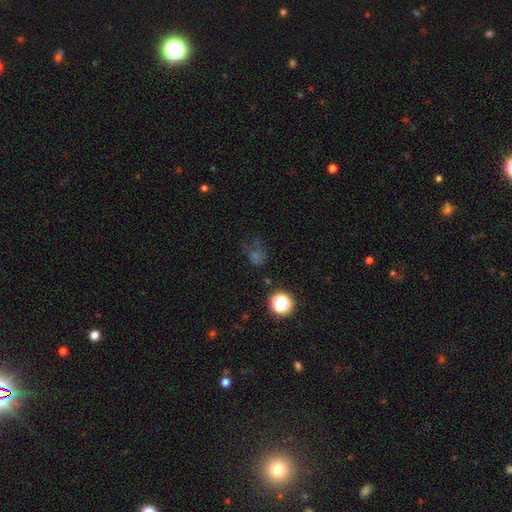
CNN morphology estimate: Smooth or featured? Predicted: smooth (p=0.45). Merging? Predicted: none (p=0.52).